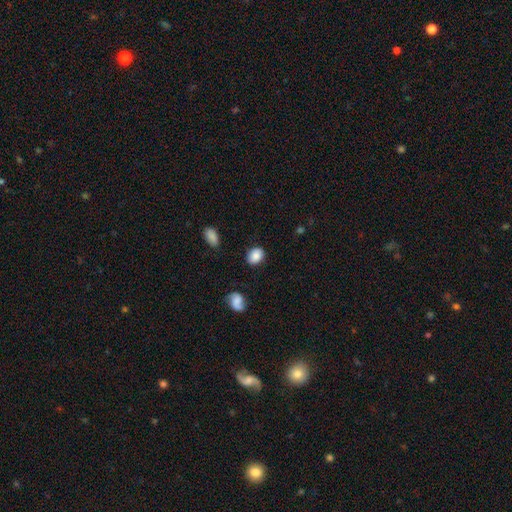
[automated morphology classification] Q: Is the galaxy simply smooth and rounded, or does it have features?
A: smooth — 85%.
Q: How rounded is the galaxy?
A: in between — 60%.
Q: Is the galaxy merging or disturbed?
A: none — 83%.